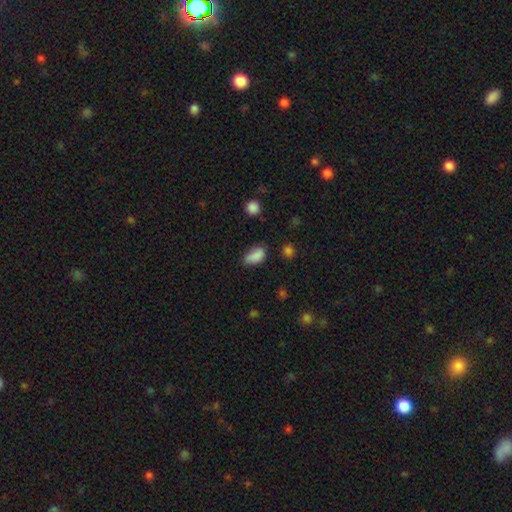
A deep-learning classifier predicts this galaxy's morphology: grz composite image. It shows a smooth galaxy with no disk features (85%) that is in between round and cigar-shaped (89%). Merging: none (61%).